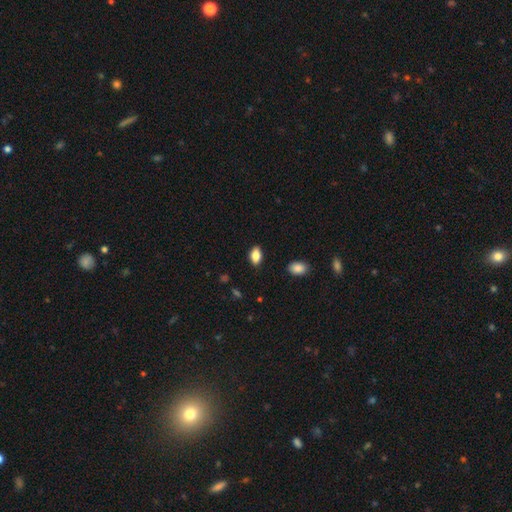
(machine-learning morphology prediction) This is clearly a smooth galaxy (84%). How rounded: clearly in between (90%). Merging: clearly none (87%).